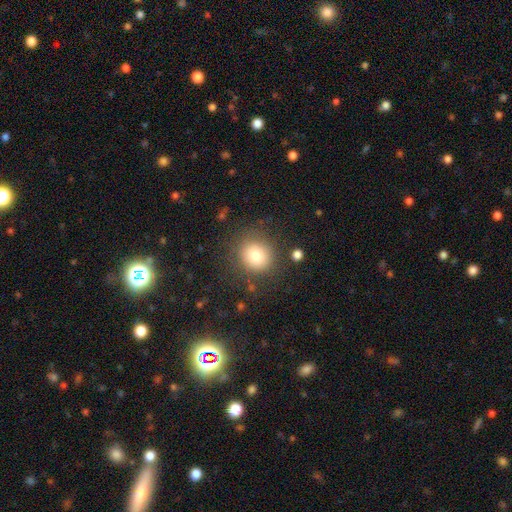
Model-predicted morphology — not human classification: A smooth galaxy with no disk features (81%) that is round (83%).

Vote fractions:
- Smooth or featured? smooth: 81% / star or artifact: 11% / featured or disk: 9%
- How rounded? round: 83% / in between: 16% / cigar-shaped: 1%
- Merging? none: 81% / minor disturbance: 11% / major disturbance: 5% / merger: 2%